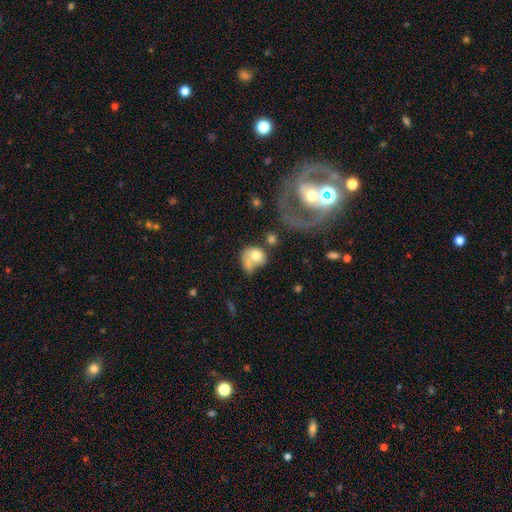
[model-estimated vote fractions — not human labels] smooth_or_featured: smooth (p=0.65) [alt: featured or disk p=0.27]
how_rounded: round (p=0.64) [alt: in between p=0.34]
merging: merger (p=0.36) [alt: major disturbance p=0.24]